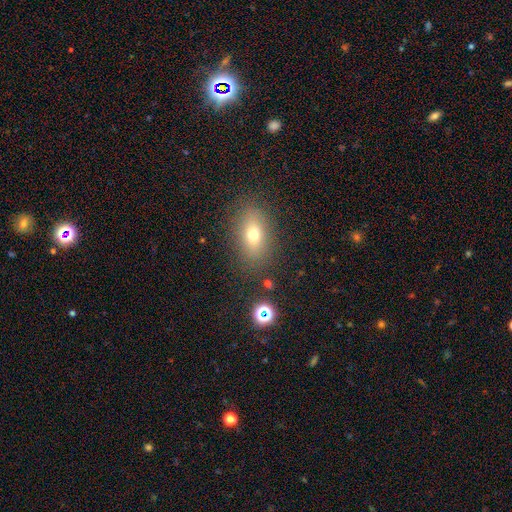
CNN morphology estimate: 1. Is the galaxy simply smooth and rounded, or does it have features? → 64% smooth, 19% featured or disk, 17% star or artifact.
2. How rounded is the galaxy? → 80% in between, 13% round, 7% cigar-shaped.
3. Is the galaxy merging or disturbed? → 86% none, 8% minor disturbance, 3% major disturbance, 2% merger.